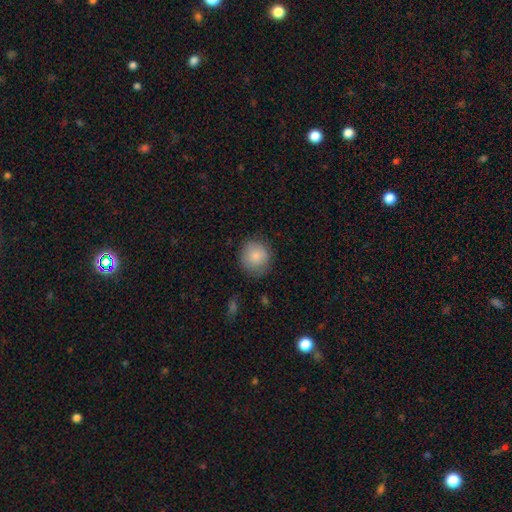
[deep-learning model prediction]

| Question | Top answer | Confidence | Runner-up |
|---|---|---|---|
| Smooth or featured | smooth | 85% | featured or disk (8%) |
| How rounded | round | 88% | in between (11%) |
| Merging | none | 81% | minor disturbance (14%) |